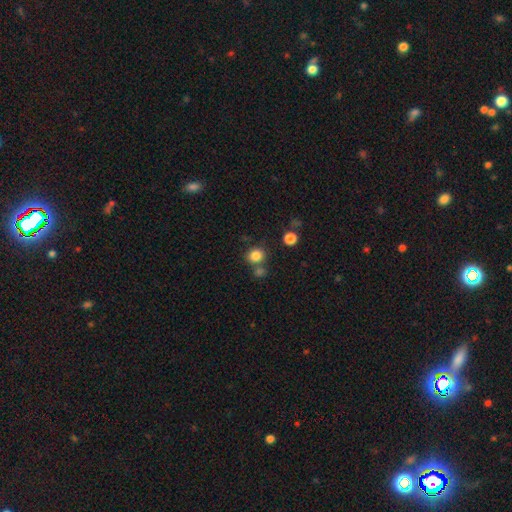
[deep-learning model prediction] Smooth or featured? Predicted: smooth (p=0.83). How rounded? Predicted: round (p=0.79). Merging? Predicted: none (p=0.68).